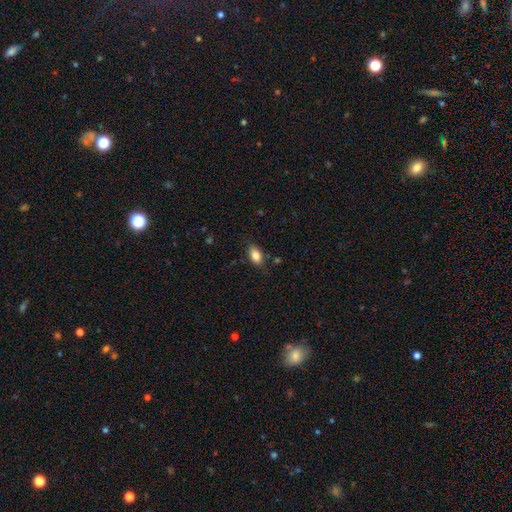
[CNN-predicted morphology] Smooth or featured?
  - smooth: 84% *
  - star or artifact: 8%
  - featured or disk: 8%
How rounded?
  - in between: 90% *
  - round: 7%
  - cigar-shaped: 3%
Merging?
  - none: 80% *
  - minor disturbance: 14%
  - major disturbance: 3%
  - merger: 2%